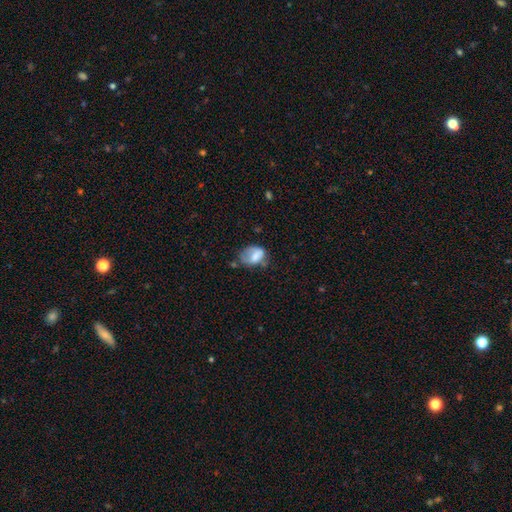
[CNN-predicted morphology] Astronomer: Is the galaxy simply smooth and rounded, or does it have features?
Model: smooth — 64%.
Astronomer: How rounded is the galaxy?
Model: in between — 72%.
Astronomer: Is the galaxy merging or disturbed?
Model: minor disturbance — 34% (runner-up: none, 33%).